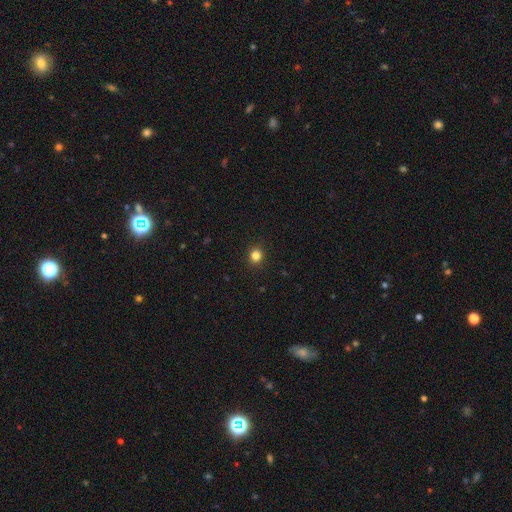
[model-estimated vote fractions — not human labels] Smooth or featured? Predicted: smooth (p=0.83). How rounded? Predicted: round (p=0.87). Merging? Predicted: none (p=0.92).